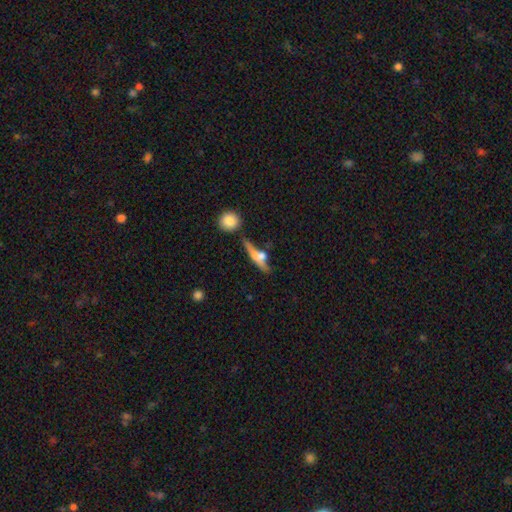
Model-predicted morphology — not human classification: This is possibly a featured or disk galaxy (50%). Merging: possibly none (56%).